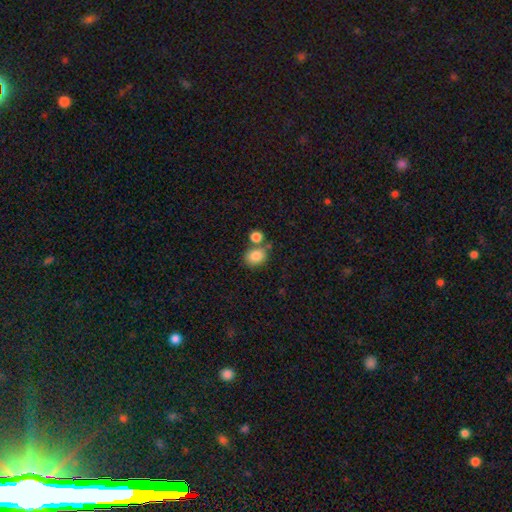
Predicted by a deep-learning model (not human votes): Smooth or featured?
  - smooth: 84% *
  - star or artifact: 9%
  - featured or disk: 6%
How rounded?
  - round: 57% *
  - in between: 42%
  - cigar-shaped: 1%
Merging?
  - none: 58% *
  - merger: 26%
  - minor disturbance: 12%
  - major disturbance: 4%